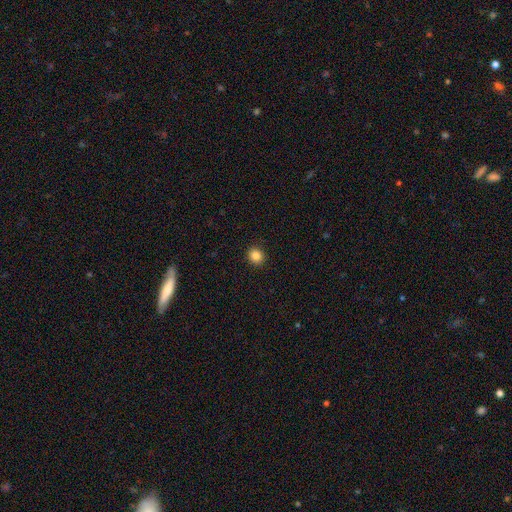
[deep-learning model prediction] Smooth or featured? smooth (85%)
How rounded? round (80%)
Merging? none (92%)